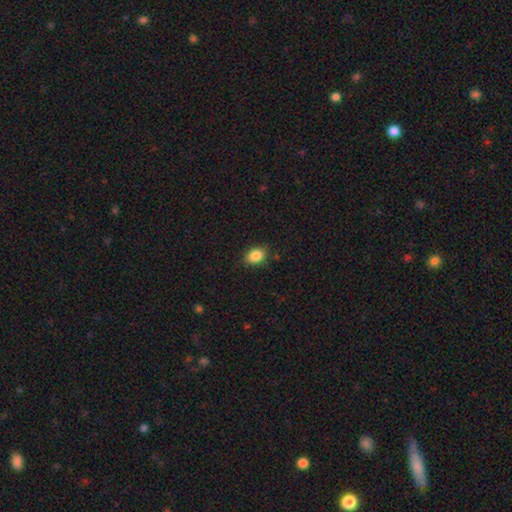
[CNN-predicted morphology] This appears to be a smooth galaxy with no disk features (86%) that is in between round and cigar-shaped (70%). Merging: none (85%).